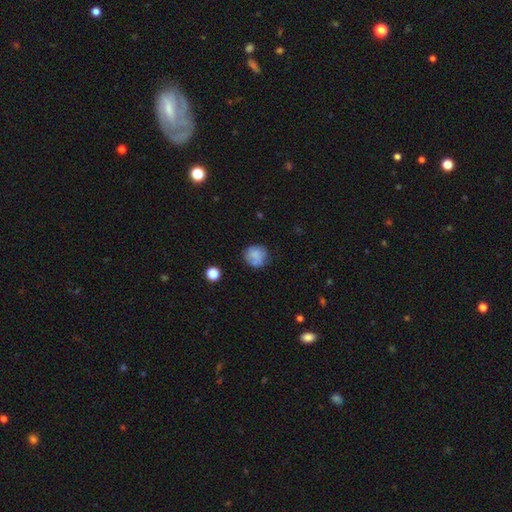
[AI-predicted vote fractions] Smooth or featured? Predicted: smooth (p=0.74). How rounded? Predicted: round (p=0.85). Merging? Predicted: none (p=0.66).